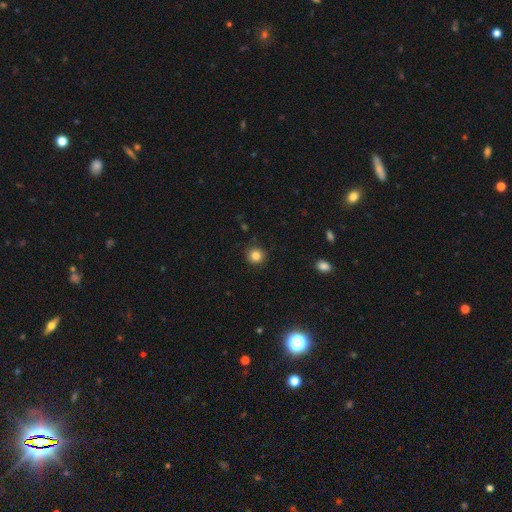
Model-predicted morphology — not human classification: The model was most divided on "smooth or featured": smooth: 84%, star or artifact: 11%, featured or disk: 5%. More confident: how rounded — round (93%); merging — none (90%).